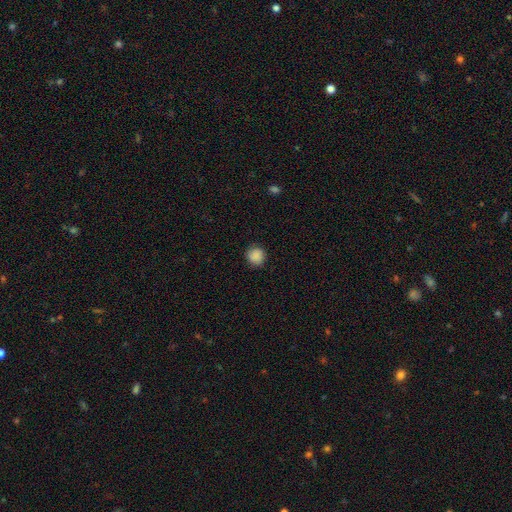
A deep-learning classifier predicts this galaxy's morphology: A smooth galaxy with no disk features (88%) that is round (90%). Merging: none (87%).